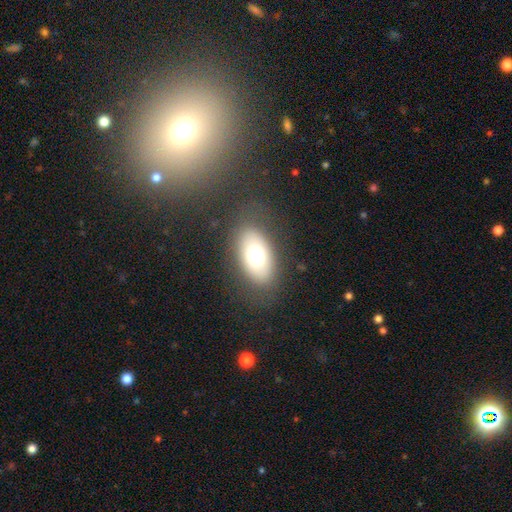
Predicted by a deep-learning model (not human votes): Smooth or featured?
  - smooth: 66% *
  - featured or disk: 22%
  - star or artifact: 12%
How rounded?
  - in between: 84% *
  - round: 14%
  - cigar-shaped: 2%
Merging?
  - none: 80% *
  - minor disturbance: 11%
  - major disturbance: 8%
  - merger: 1%